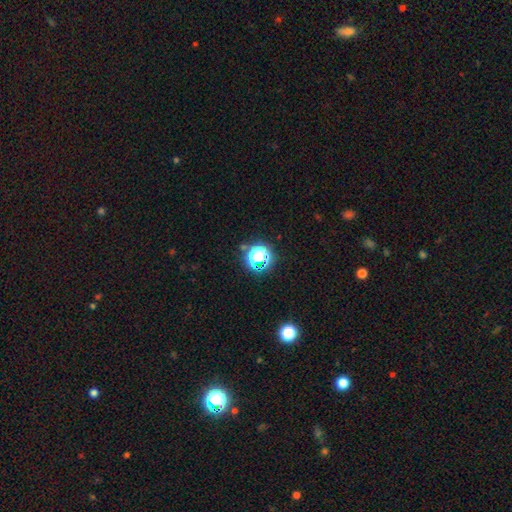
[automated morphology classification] Overall: star or artifact (67%).